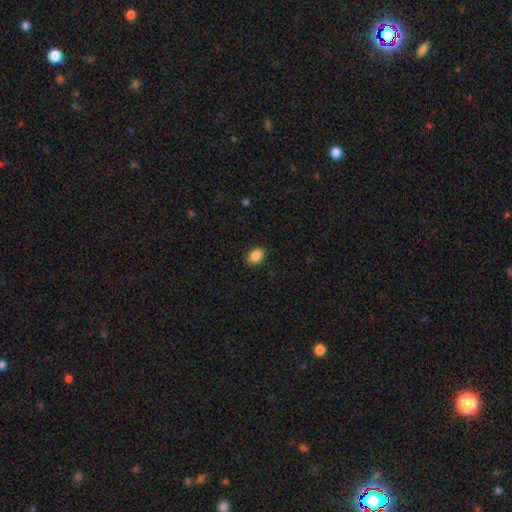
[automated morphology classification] A smooth galaxy with no disk features (88%) that is in between round and cigar-shaped (77%).

Vote fractions:
- Smooth or featured? smooth: 88% / star or artifact: 8% / featured or disk: 3%
- How rounded? in between: 77% / round: 22% / cigar-shaped: 1%
- Merging? none: 89% / minor disturbance: 8% / major disturbance: 2% / merger: 1%